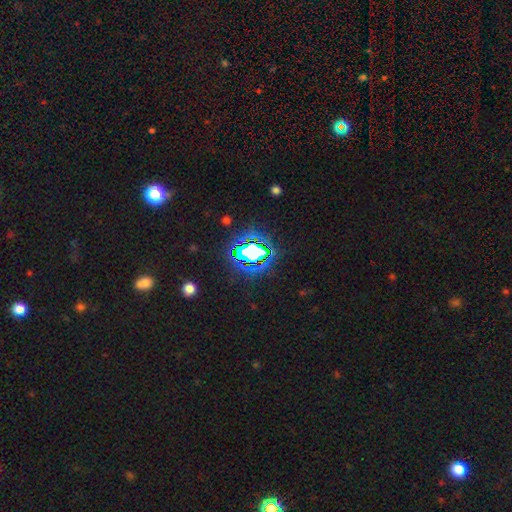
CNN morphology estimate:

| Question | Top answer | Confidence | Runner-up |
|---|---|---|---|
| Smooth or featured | star or artifact | 69% | smooth (19%) |